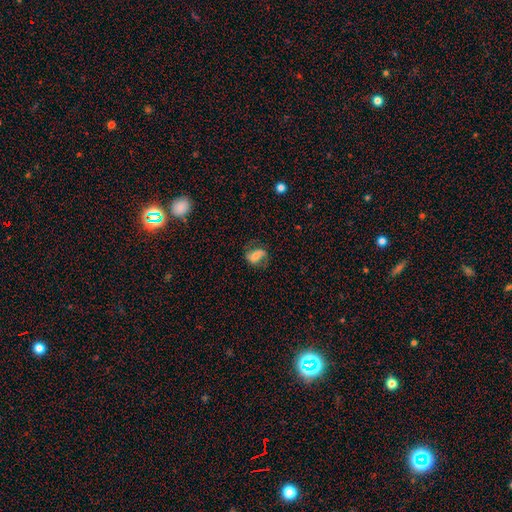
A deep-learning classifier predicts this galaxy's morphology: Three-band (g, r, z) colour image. It shows a featured or disk galaxy (51%). Merging: none (61%).